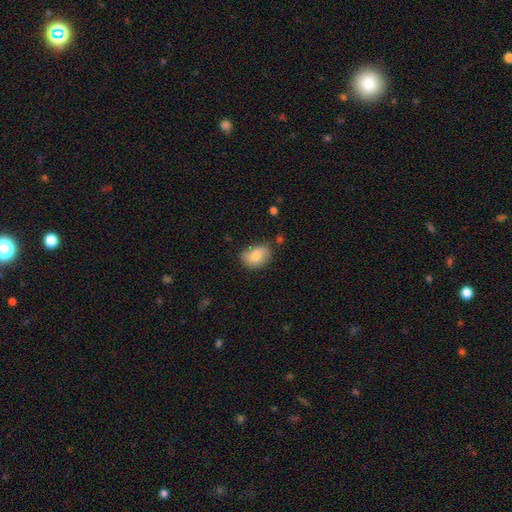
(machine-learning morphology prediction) Q: Smooth or featured?
A: smooth (80%); runner-up: featured or disk (12%)
Q: How rounded?
A: in between (75%); runner-up: round (24%)
Q: Merging?
A: none (69%); runner-up: minor disturbance (24%)